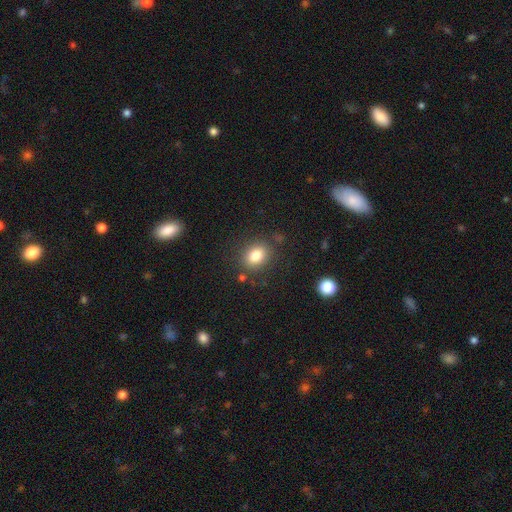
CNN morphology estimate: Smooth or featured? Predicted: smooth (p=0.82). How rounded? Predicted: in between (p=0.54). Merging? Predicted: none (p=0.82).